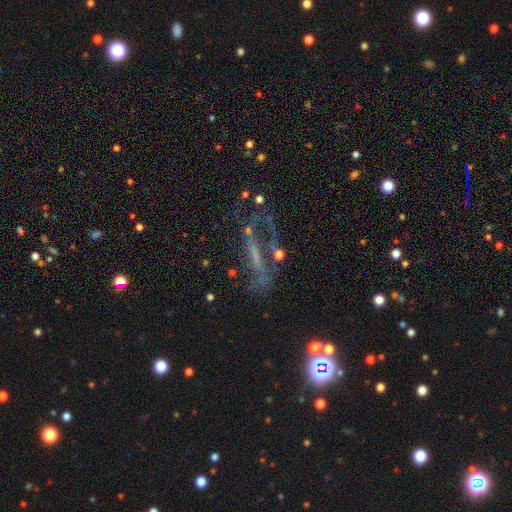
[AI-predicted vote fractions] Overall: featured or disk (63%). Edge-on disk: no (70%). Merging: none (42%; major disturbance 33%).